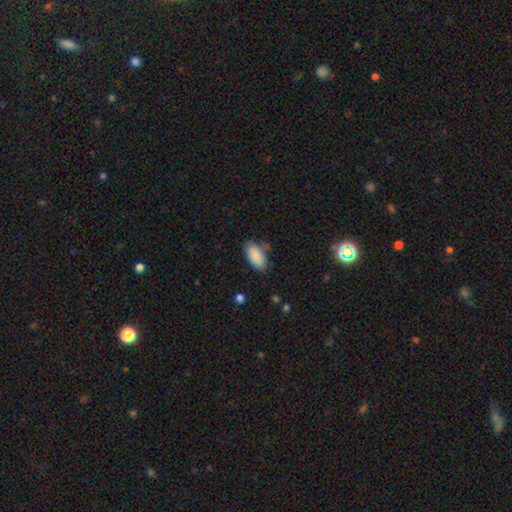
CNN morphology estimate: smooth 88%, star or artifact 7%, featured or disk 5%. Down the decision tree: how rounded — in between (94%); merging — none (76%).